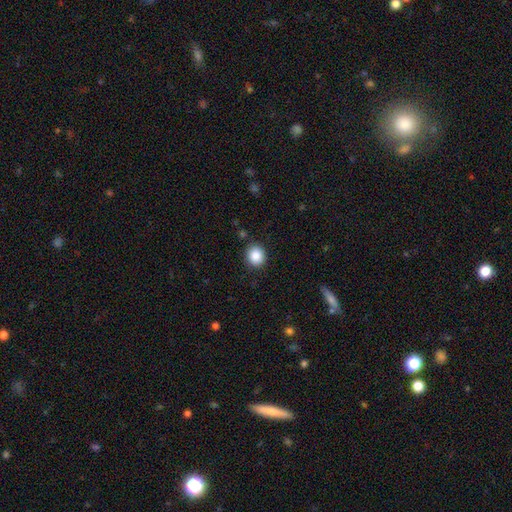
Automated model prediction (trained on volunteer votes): This appears to be a smooth galaxy with no disk features (88%) that is round (74%). Merging: none (86%).